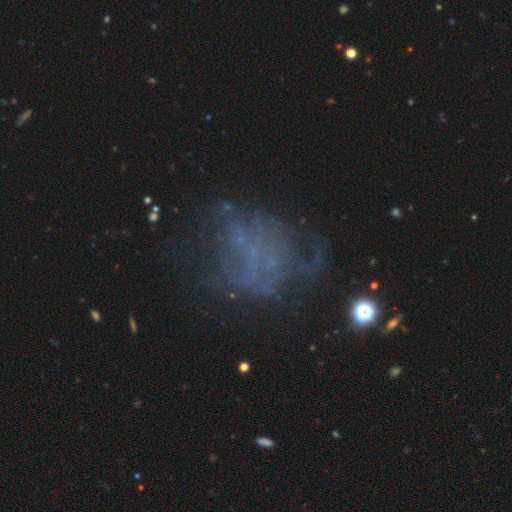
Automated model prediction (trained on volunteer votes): This appears to be a featured or disk galaxy (46%). Merging: none (48%).